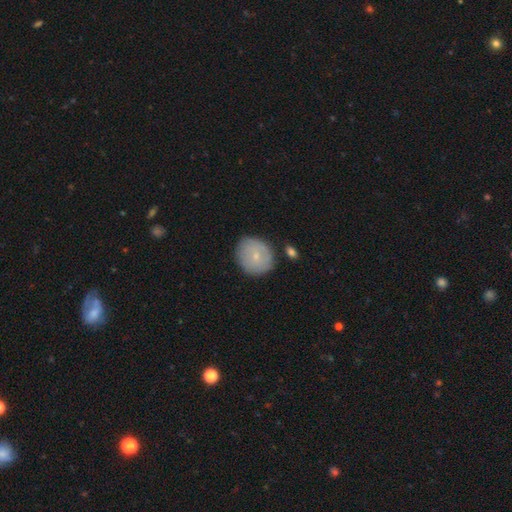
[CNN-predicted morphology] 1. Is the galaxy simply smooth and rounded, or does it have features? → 69% smooth, 24% featured or disk, 7% star or artifact.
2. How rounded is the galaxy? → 79% round, 19% in between, 1% cigar-shaped.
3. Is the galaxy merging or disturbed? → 78% none, 15% minor disturbance, 4% merger, 3% major disturbance.